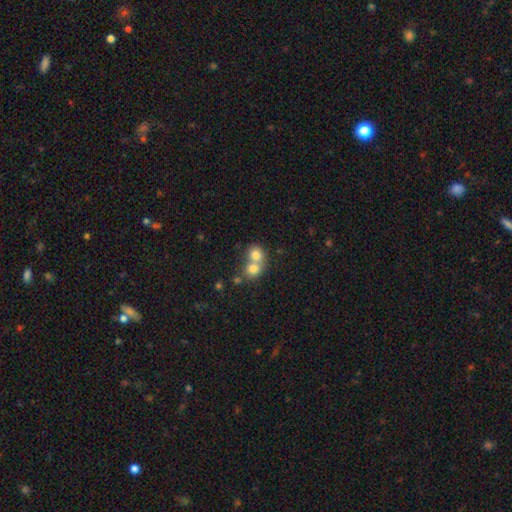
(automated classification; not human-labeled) Q: Smooth or featured?
A: smooth (75%); runner-up: featured or disk (14%)
Q: How rounded?
A: round (76%); runner-up: in between (23%)
Q: Merging?
A: merger (68%); runner-up: none (26%)